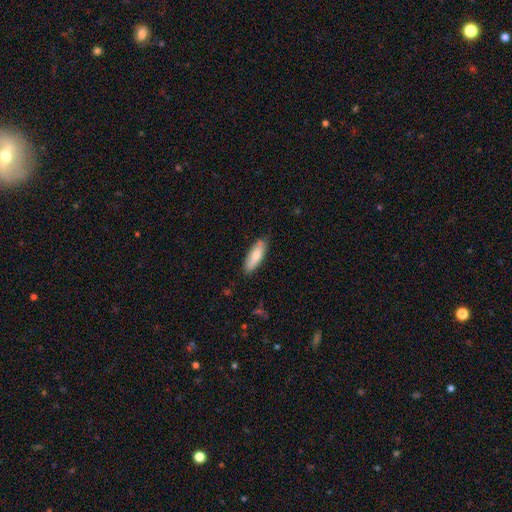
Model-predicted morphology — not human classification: Smooth or featured?
  - smooth: 79% *
  - featured or disk: 16%
  - star or artifact: 6%
How rounded?
  - in between: 54% *
  - cigar-shaped: 44%
  - round: 2%
Merging?
  - none: 78% *
  - minor disturbance: 17%
  - major disturbance: 3%
  - merger: 2%